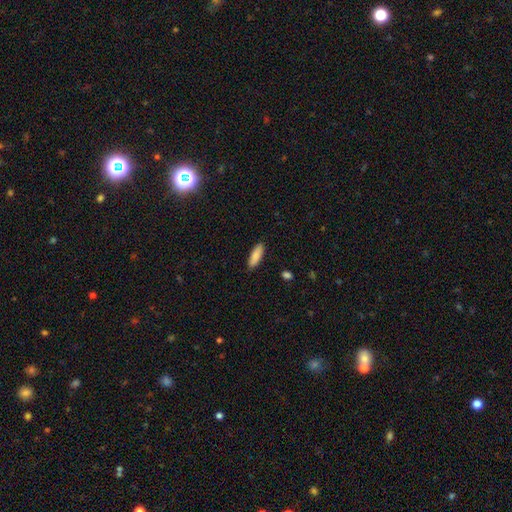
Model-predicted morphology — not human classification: A smooth galaxy with no disk features (87%) that is in between round and cigar-shaped (55%).

Vote fractions:
- Smooth or featured? smooth: 87% / featured or disk: 7% / star or artifact: 6%
- How rounded? in between: 55% / cigar-shaped: 44% / round: 2%
- Merging? none: 88% / minor disturbance: 9% / major disturbance: 2% / merger: 1%